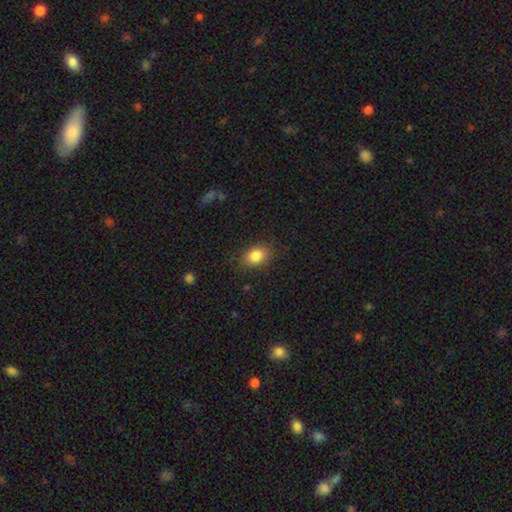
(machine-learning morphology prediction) A smooth galaxy with no disk features (84%) that is in between round and cigar-shaped (70%).

Vote fractions:
- Smooth or featured? smooth: 84% / star or artifact: 9% / featured or disk: 7%
- How rounded? in between: 70% / round: 28% / cigar-shaped: 1%
- Merging? none: 82% / minor disturbance: 13% / major disturbance: 4% / merger: 1%